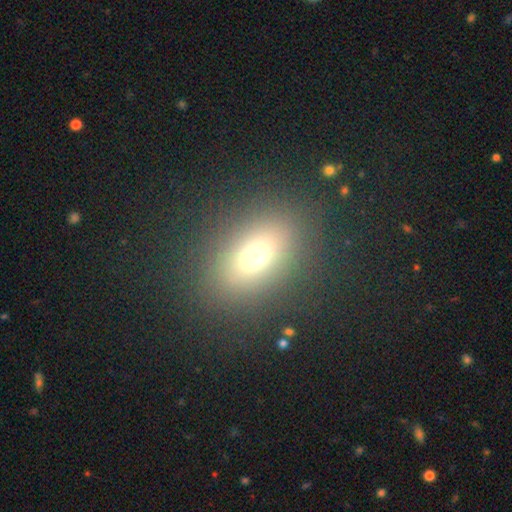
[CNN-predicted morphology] Smooth or featured? smooth (68%)
How rounded? in between (73%)
Merging? none (86%)